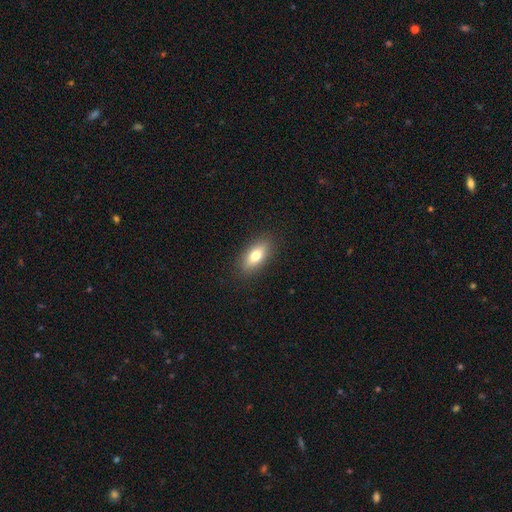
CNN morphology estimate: Smooth or featured? Predicted: smooth (p=0.72). How rounded? Predicted: in between (p=0.79). Merging? Predicted: none (p=0.88).